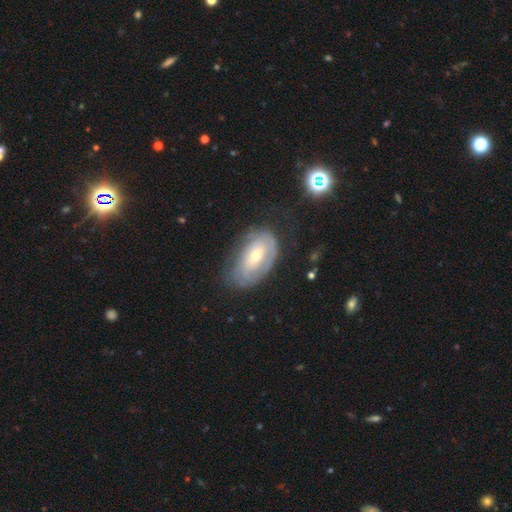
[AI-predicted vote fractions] This is likely a featured or disk galaxy (67%). It is clearly not viewed edge-on (94%). Bar: likely no (64%). Spiral arm pattern: likely yes (74%). Central bulge: possibly small (52%). Merging: possibly none (60%).